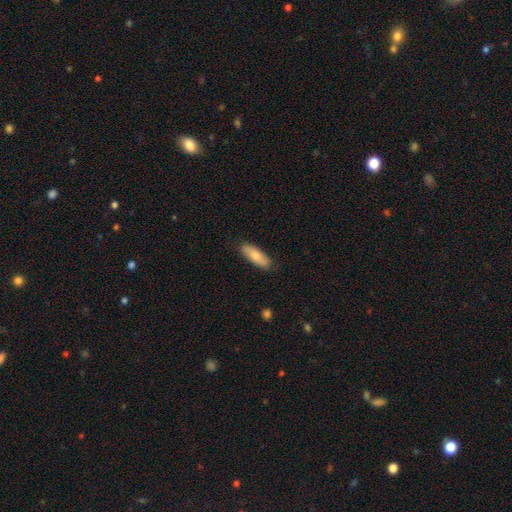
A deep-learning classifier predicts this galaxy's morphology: A smooth galaxy with no disk features (73%) that is in between round and cigar-shaped (65%). Merging: none (84%).